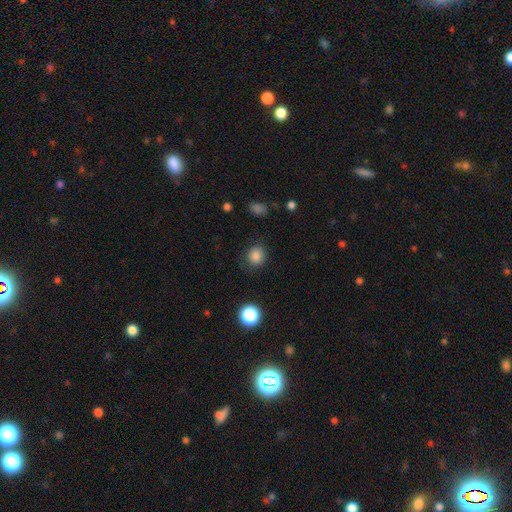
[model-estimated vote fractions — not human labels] smooth-or-featured: smooth: 84% | star or artifact: 12% | featured or disk: 4%
  how-rounded: round: 80% | in between: 19% | cigar-shaped: 1%
  merging: none: 83% | minor disturbance: 12% | major disturbance: 4% | merger: 1%